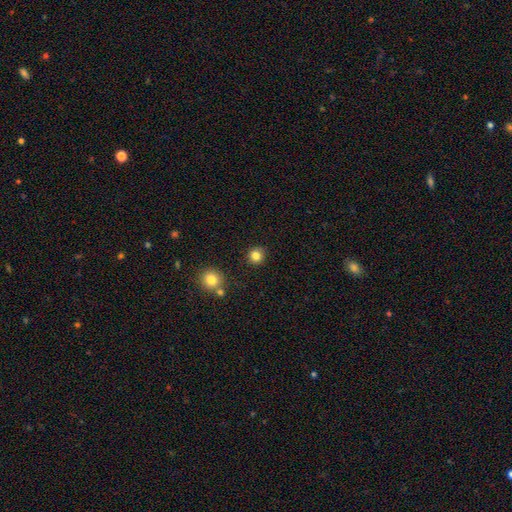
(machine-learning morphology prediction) type=smooth (83%); roundness=round (92%); merging=none (90%).